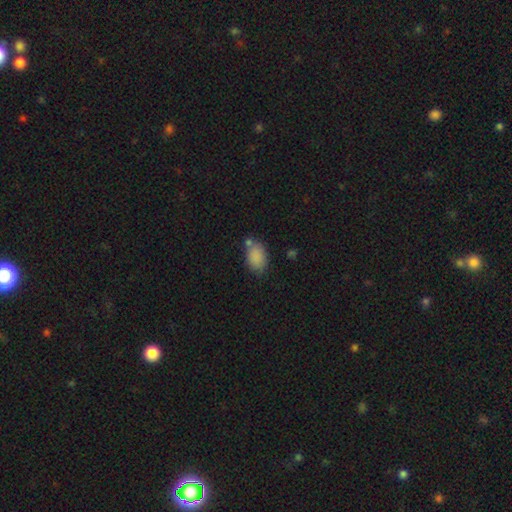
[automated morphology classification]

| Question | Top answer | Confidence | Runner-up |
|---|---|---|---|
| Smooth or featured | smooth | 85% | star or artifact (9%) |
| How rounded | in between | 87% | round (12%) |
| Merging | none | 63% | minor disturbance (20%) |